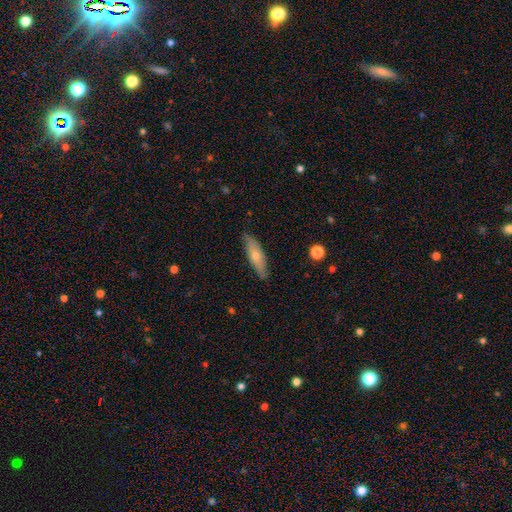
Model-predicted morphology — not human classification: smooth 60%, featured or disk 34%, star or artifact 6%. Down the decision tree: how rounded — cigar-shaped (52%); merging — none (81%).